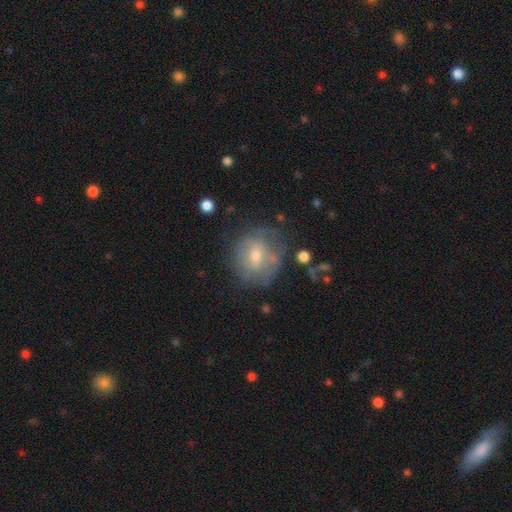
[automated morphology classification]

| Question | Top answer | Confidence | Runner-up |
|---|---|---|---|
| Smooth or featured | smooth | 48% | featured or disk (42%) |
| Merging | none | 59% | minor disturbance (24%) |